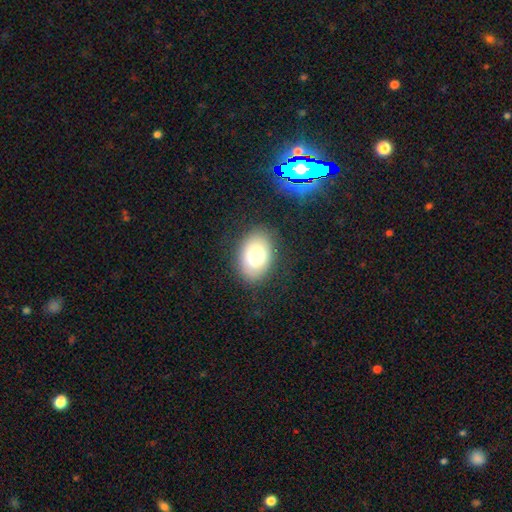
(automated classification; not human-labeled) smooth-or-featured: smooth: 79% | featured or disk: 12% | star or artifact: 9%
  how-rounded: in between: 83% | round: 16% | cigar-shaped: 1%
  merging: none: 84% | minor disturbance: 11% | major disturbance: 4% | merger: 1%